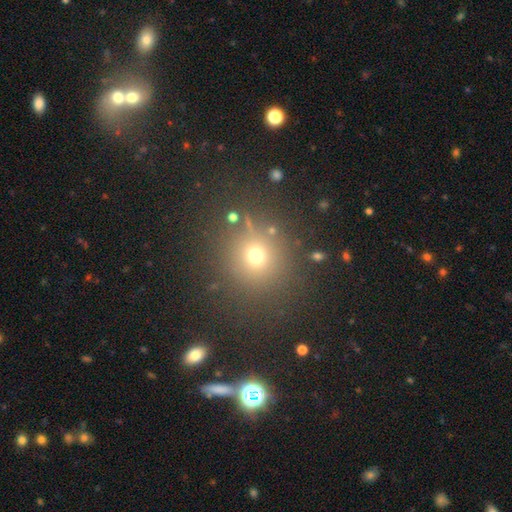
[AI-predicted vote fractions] Morphology: type=smooth (67%); roundness=round (90%); merging=none (82%).